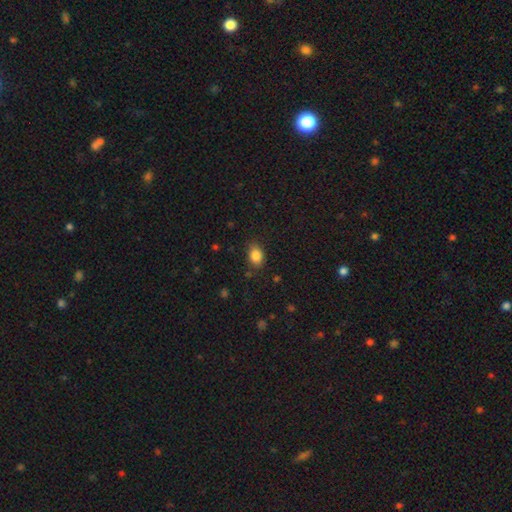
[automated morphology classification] smooth 86%, star or artifact 9%, featured or disk 5%. Down the decision tree: how rounded — in between (78%); merging — none (82%).